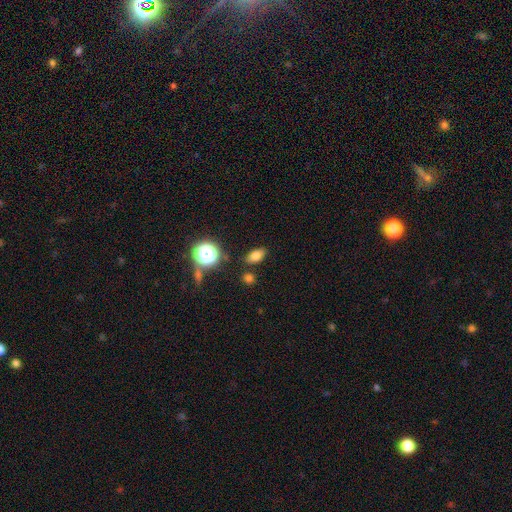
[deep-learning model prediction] The model was most divided on "smooth or featured": smooth: 73%, star or artifact: 16%, featured or disk: 12%. More confident: merging — none (82%); how rounded — in between (82%).